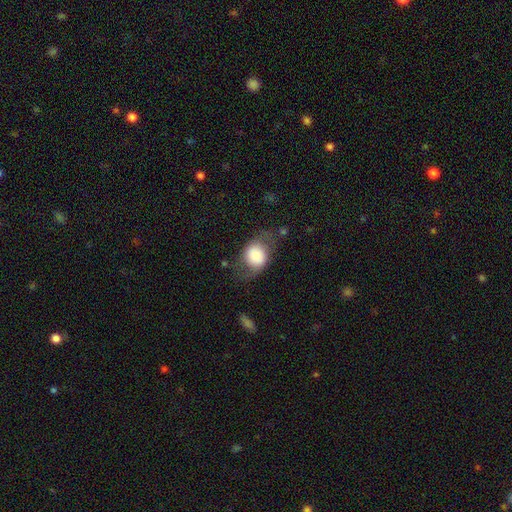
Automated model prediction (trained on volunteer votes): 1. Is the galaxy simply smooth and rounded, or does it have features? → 66% smooth, 26% featured or disk, 8% star or artifact.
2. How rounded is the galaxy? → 54% round, 44% in between, 1% cigar-shaped.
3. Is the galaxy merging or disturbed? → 54% none, 26% minor disturbance, 17% major disturbance, 3% merger.